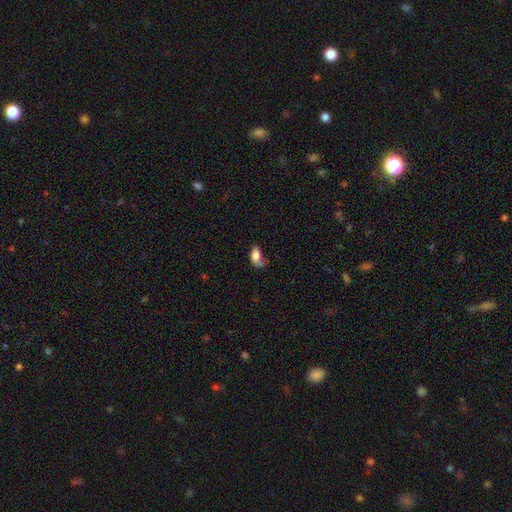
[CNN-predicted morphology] Q: Smooth or featured?
A: smooth (75%); runner-up: featured or disk (17%)
Q: How rounded?
A: in between (89%); runner-up: round (7%)
Q: Merging?
A: none (36%); runner-up: minor disturbance (28%)